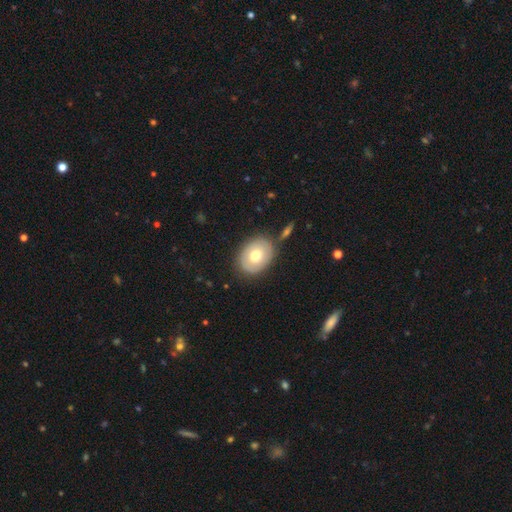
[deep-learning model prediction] Smooth or featured? smooth (65%)
How rounded? in between (66%)
Merging? none (76%)